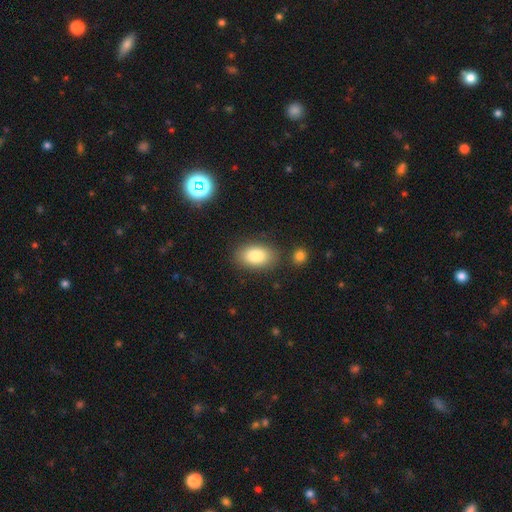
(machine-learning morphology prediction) smooth_or_featured: smooth (p=0.84) [alt: featured or disk p=0.08]
how_rounded: in between (p=0.91) [alt: round p=0.08]
merging: none (p=0.81) [alt: minor disturbance p=0.11]